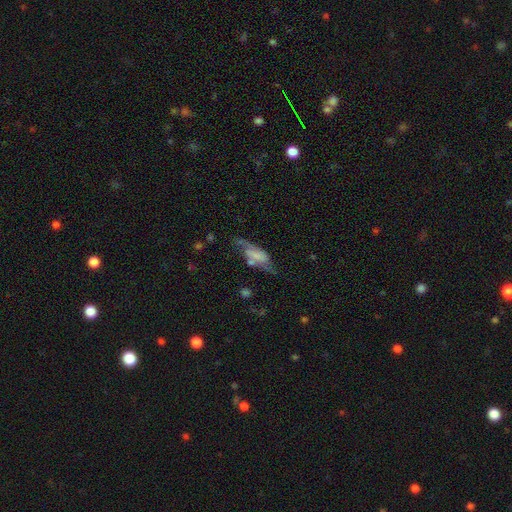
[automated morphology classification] Overall: featured or disk (64%; smooth 28%). Edge-on disk: no (87%). Bar: no (45%; weak 34%). Spiral arms: yes (84%). Bulge size: none (46%; small 29%). Merging: none (48%; minor disturbance 24%).